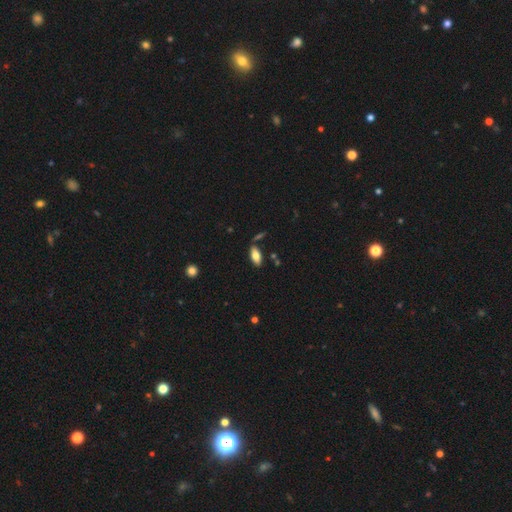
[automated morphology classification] This appears to be a smooth galaxy with no disk features (72%) that is in between round and cigar-shaped (86%). Merging: none (78%).